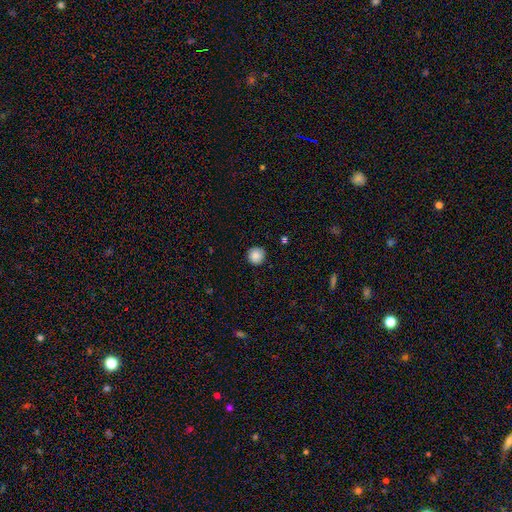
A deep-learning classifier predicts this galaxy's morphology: Overall: smooth (88%). How rounded: round (94%). Merging: none (89%).